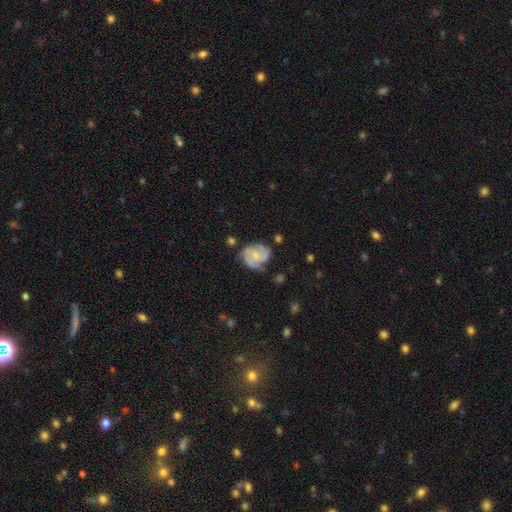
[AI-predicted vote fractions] Q: Smooth or featured?
A: featured or disk (73%); runner-up: smooth (21%)
Q: Edge-on disk?
A: no (98%); runner-up: yes (2%)
Q: Bar?
A: no (65%); runner-up: weak (30%)
Q: Spiral arms?
A: yes (93%); runner-up: no (7%)
Q: Spiral winding?
A: tight (46%); runner-up: medium (41%)
Q: Spiral arm count?
A: 2 (41%); runner-up: 3 (33%)
Q: Bulge size?
A: small (60%); runner-up: moderate (31%)
Q: Merging?
A: none (58%); runner-up: minor disturbance (28%)